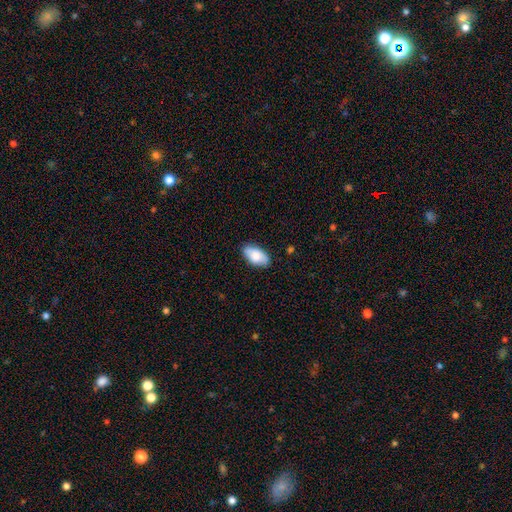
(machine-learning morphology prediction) Overall: smooth (82%). How rounded: in between (94%). Merging: none (85%).